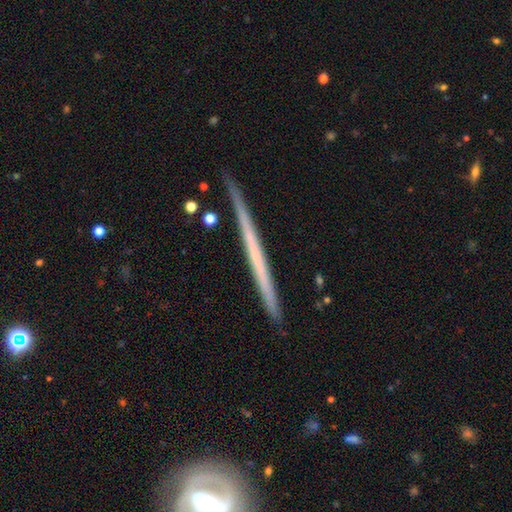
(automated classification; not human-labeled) Morphology: type=featured or disk (56%); edge-on=yes (97%); edge-on bulge=none (93%); merging=none (89%).